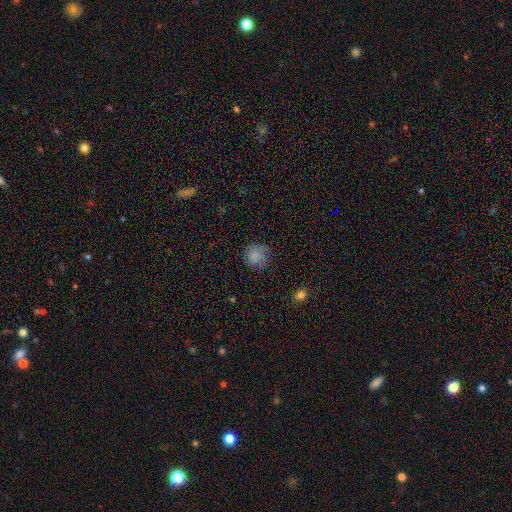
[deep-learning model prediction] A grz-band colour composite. It shows a smooth galaxy with no disk features (78%) that is round (86%). Merging: none (73%).